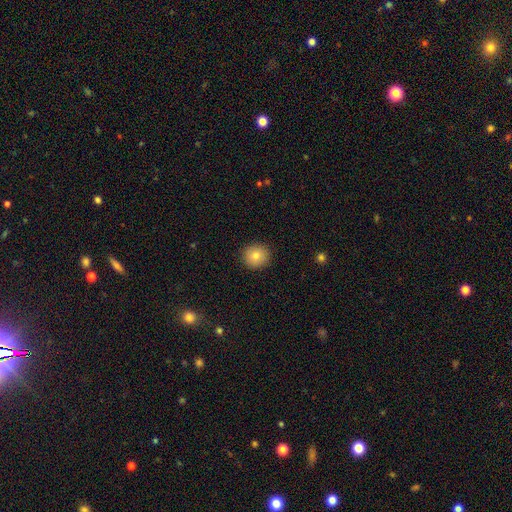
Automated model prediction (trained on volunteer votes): This appears to be a smooth galaxy with no disk features (80%) that is round (91%). Merging: none (92%).